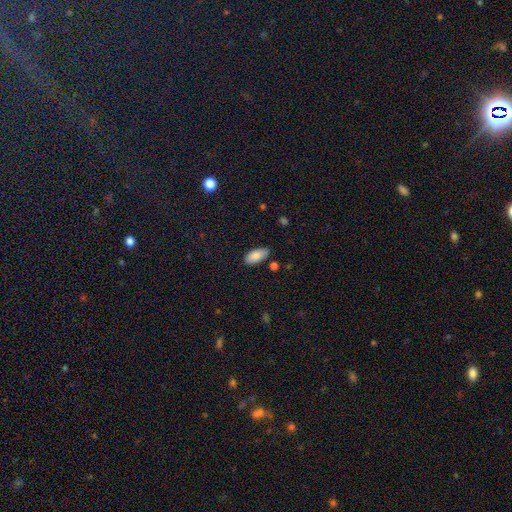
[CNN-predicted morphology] This appears to be a smooth galaxy with no disk features (85%) that is in between round and cigar-shaped (92%). Merging: none (82%).